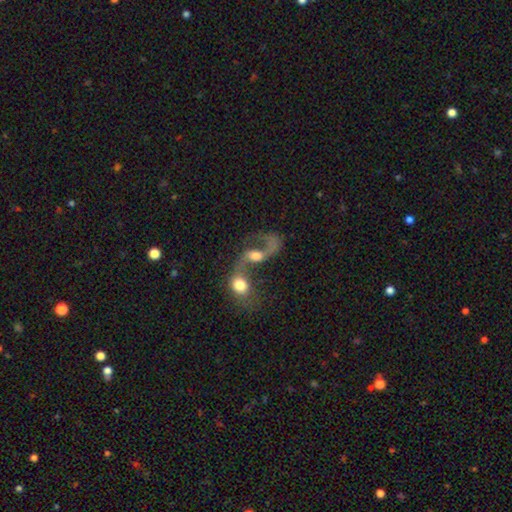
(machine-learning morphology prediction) smooth_or_featured: featured or disk (p=0.68) [alt: smooth p=0.24]
disk_edge_on: no (p=0.95) [alt: yes p=0.05]
bar: no (p=0.54) [alt: weak p=0.33]
has_spiral_arms: yes (p=0.82) [alt: no p=0.18]
spiral_winding: loose (p=0.84) [alt: medium p=0.13]
spiral_arm_count: 2 (p=0.76) [alt: 1 p=0.18]
bulge_size: moderate (p=0.49) [alt: large p=0.26]
merging: merger (p=0.69) [alt: none p=0.14]